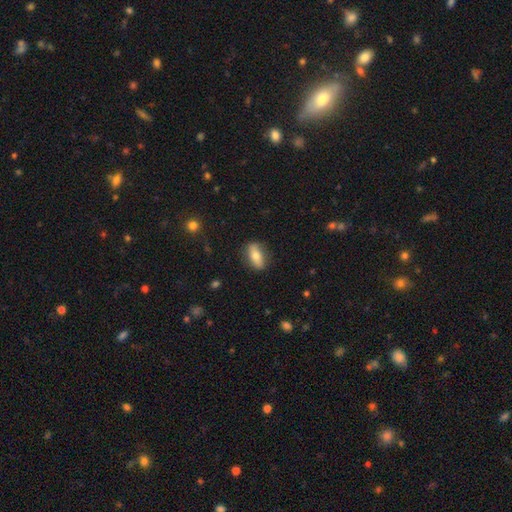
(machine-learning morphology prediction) Q: Smooth or featured?
A: smooth (70%); runner-up: featured or disk (23%)
Q: How rounded?
A: in between (77%); runner-up: cigar-shaped (18%)
Q: Merging?
A: none (82%); runner-up: minor disturbance (13%)